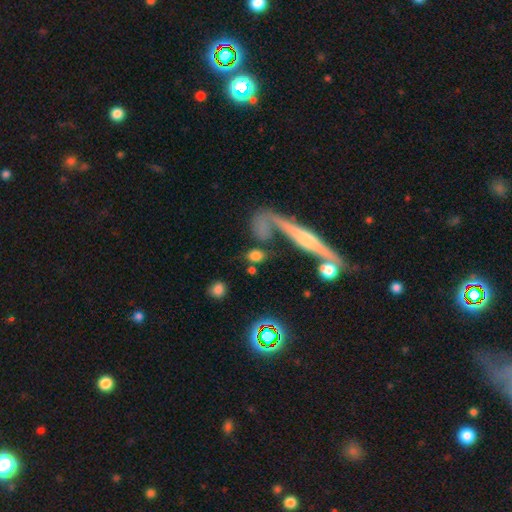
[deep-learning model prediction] A smooth galaxy with no disk features (72%) that is in between round and cigar-shaped (57%). Merging: none (56%).